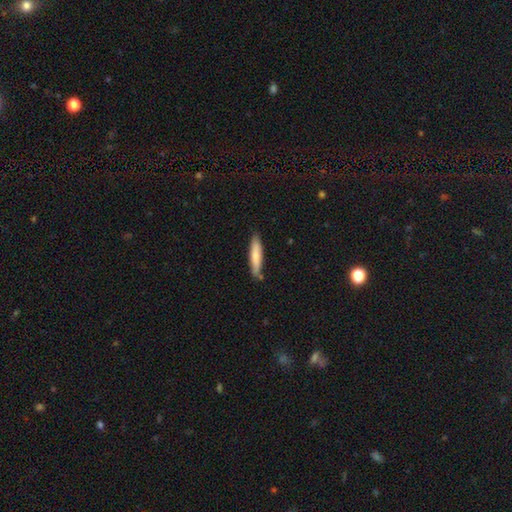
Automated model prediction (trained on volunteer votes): Smooth or featured? Predicted: smooth (p=0.73). How rounded? Predicted: cigar-shaped (p=0.84). Merging? Predicted: none (p=0.80).